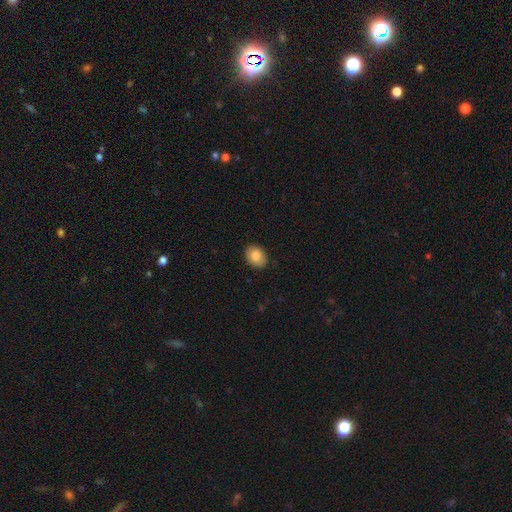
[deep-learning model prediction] The model was most divided on "how rounded": in between: 60%, round: 39%, cigar-shaped: 1%. More confident: merging — none (89%); smooth or featured — smooth (82%).